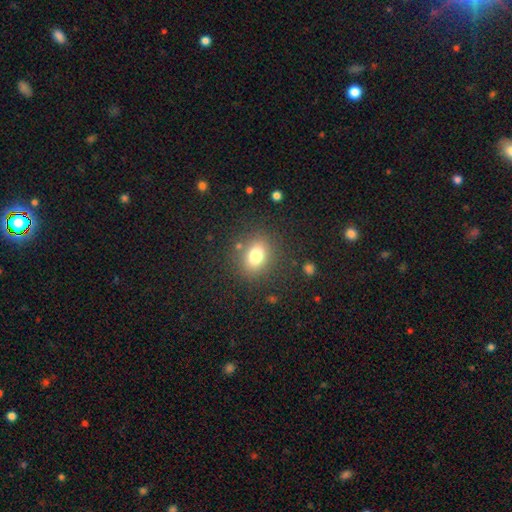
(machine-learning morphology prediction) A smooth galaxy with no disk features (78%) that is in between round and cigar-shaped (53%).

Vote fractions:
- Smooth or featured? smooth: 78% / star or artifact: 12% / featured or disk: 10%
- How rounded? in between: 53% / round: 46% / cigar-shaped: 1%
- Merging? none: 82% / minor disturbance: 10% / major disturbance: 5% / merger: 3%